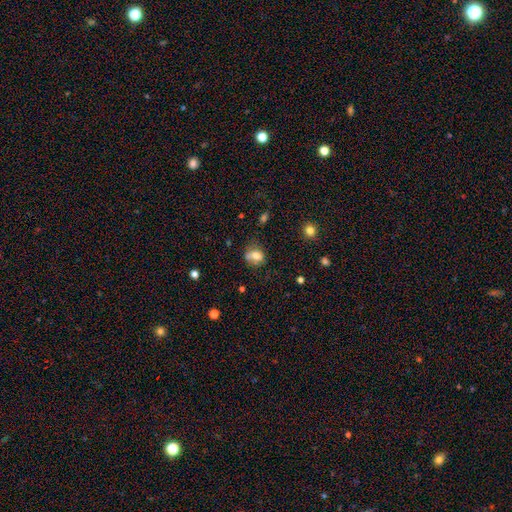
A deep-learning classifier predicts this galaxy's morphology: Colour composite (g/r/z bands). It shows a smooth galaxy with no disk features (73%) that is round (62%). Merging: none (47%).